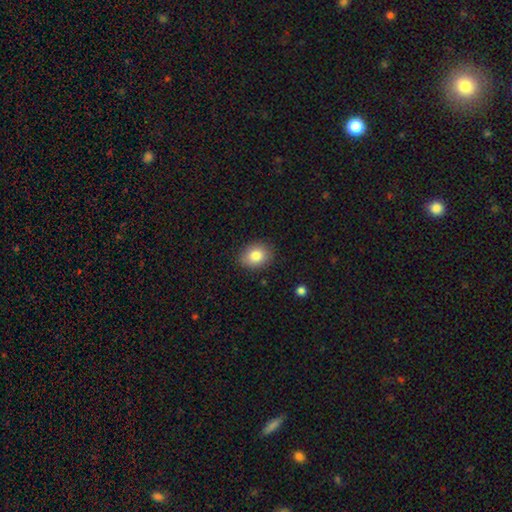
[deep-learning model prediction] Q: Smooth or featured?
A: smooth (84%); runner-up: star or artifact (8%)
Q: How rounded?
A: in between (57%); runner-up: round (42%)
Q: Merging?
A: none (86%); runner-up: minor disturbance (10%)